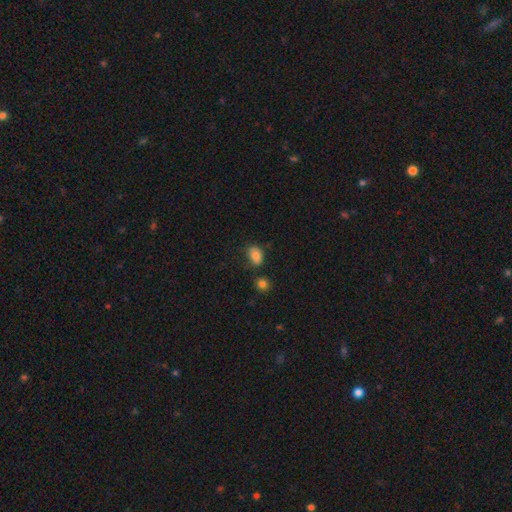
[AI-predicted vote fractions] A smooth galaxy with no disk features (82%) that is in between round and cigar-shaped (78%).

Vote fractions:
- Smooth or featured? smooth: 82% / star or artifact: 10% / featured or disk: 8%
- How rounded? in between: 78% / round: 21% / cigar-shaped: 1%
- Merging? none: 69% / minor disturbance: 20% / merger: 7% / major disturbance: 4%